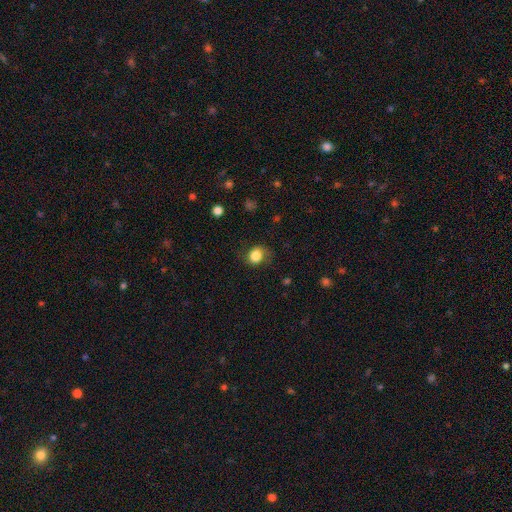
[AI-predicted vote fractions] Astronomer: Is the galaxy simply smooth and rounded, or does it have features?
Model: smooth — 83%.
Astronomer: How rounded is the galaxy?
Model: round — 65%.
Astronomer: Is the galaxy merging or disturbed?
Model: none — 68%.